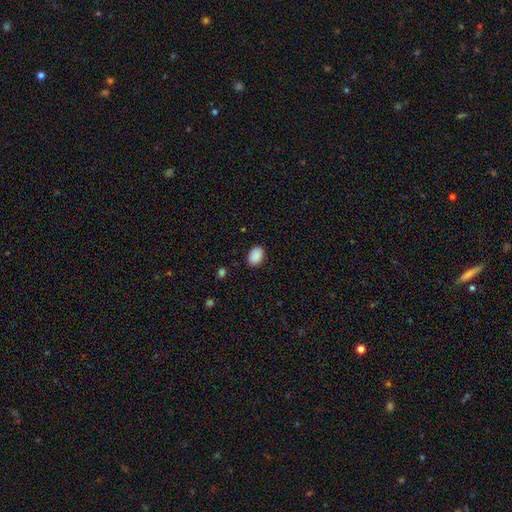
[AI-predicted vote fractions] Smooth or featured? smooth (90%)
How rounded? in between (80%)
Merging? none (88%)